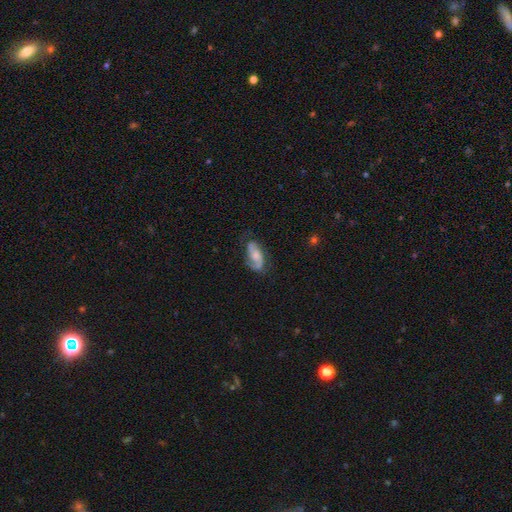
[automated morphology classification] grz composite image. It shows a featured or disk galaxy (67%) with no bar (61%), 2 (78%) medium (45%) spiral arms (92%) and a moderate central bulge (40%). Merging: none (62%).